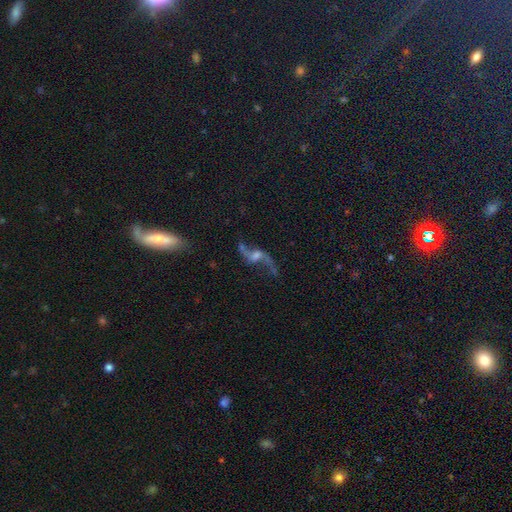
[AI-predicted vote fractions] Overall: featured or disk (80%). Edge-on disk: no (89%). Bar: no (53%; weak 35%). Spiral arms: yes (92%). Spiral arm count: 2 (92%). Spiral winding: loose (87%). Bulge size: moderate (37%; small 34%). Merging: none (65%).